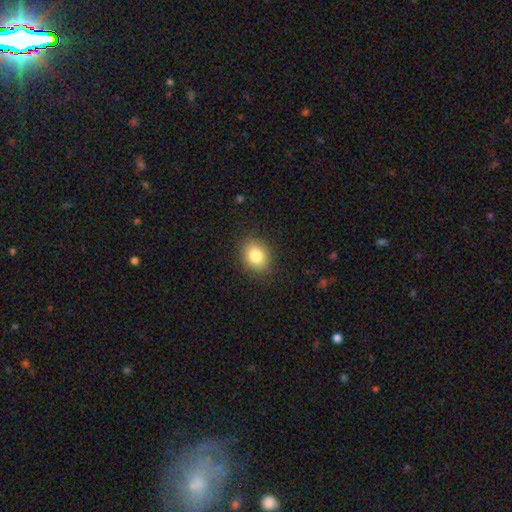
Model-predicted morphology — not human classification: smooth-or-featured: smooth: 83% | star or artifact: 9% | featured or disk: 8%
  how-rounded: in between: 53% | round: 47% | cigar-shaped: 1%
  merging: none: 87% | minor disturbance: 9% | major disturbance: 3% | merger: 1%